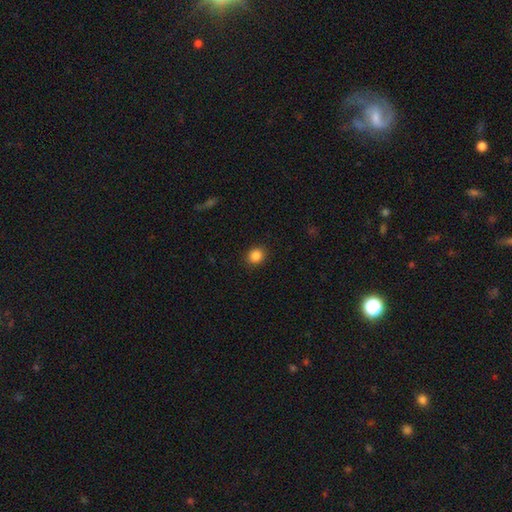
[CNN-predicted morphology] Smooth or featured? Predicted: smooth (p=0.86). How rounded? Predicted: round (p=0.80). Merging? Predicted: none (p=0.91).